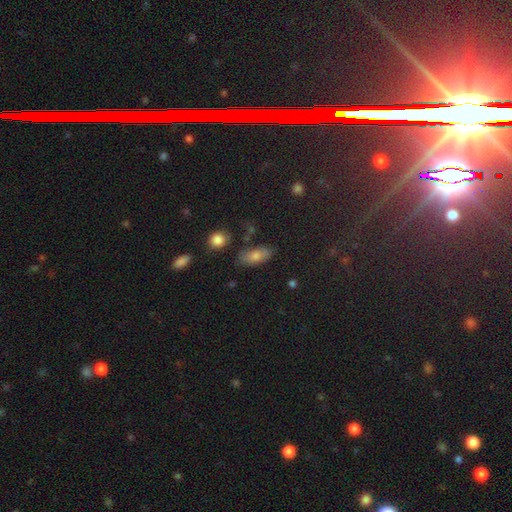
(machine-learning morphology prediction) Q: Smooth or featured?
A: smooth (77%); runner-up: featured or disk (13%)
Q: How rounded?
A: in between (87%); runner-up: cigar-shaped (8%)
Q: Merging?
A: none (75%); runner-up: minor disturbance (16%)